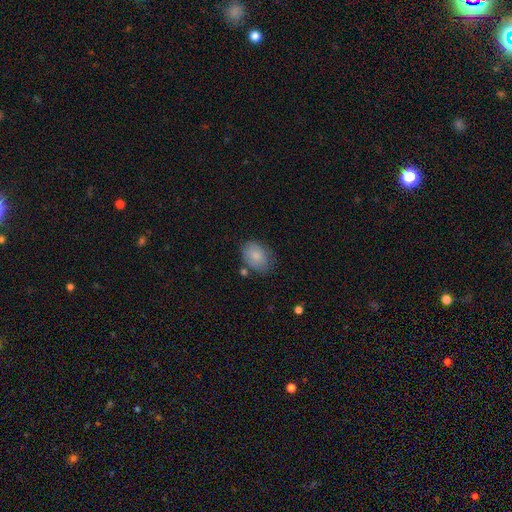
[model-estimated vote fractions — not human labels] Smooth or featured?
  - smooth: 82% *
  - featured or disk: 11%
  - star or artifact: 7%
How rounded?
  - in between: 77% *
  - round: 22%
  - cigar-shaped: 1%
Merging?
  - none: 68% *
  - minor disturbance: 21%
  - merger: 6%
  - major disturbance: 5%